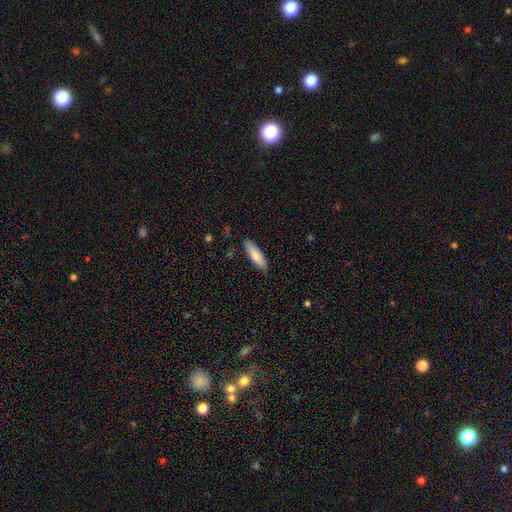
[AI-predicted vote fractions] smooth 83%, featured or disk 12%, star or artifact 5%. Down the decision tree: how rounded — cigar-shaped (54%); merging — none (84%).